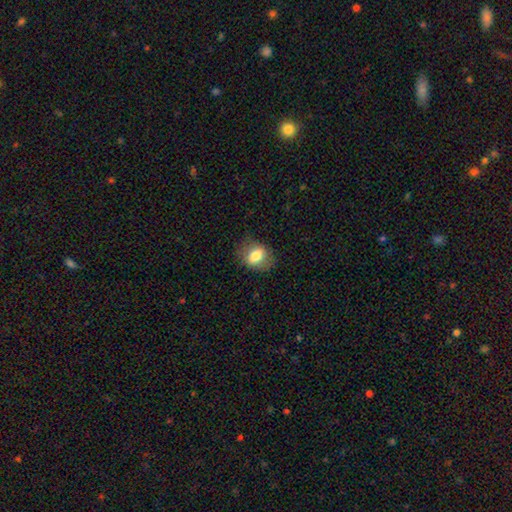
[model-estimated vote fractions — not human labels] Overall: smooth (74%). How rounded: in between (60%; round 39%). Merging: none (77%).